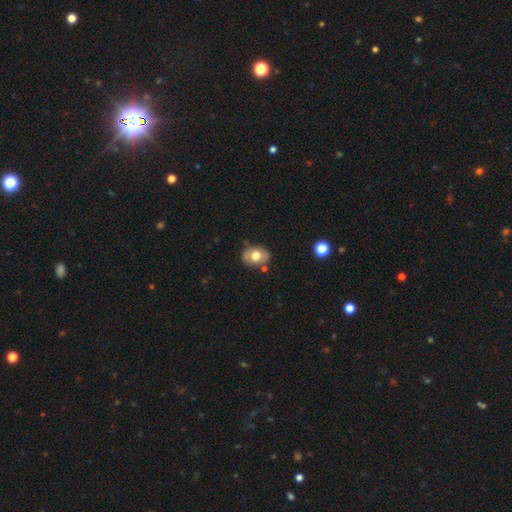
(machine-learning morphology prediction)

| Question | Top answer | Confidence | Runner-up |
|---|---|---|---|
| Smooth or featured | smooth | 65% | featured or disk (27%) |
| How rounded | in between | 64% | round (35%) |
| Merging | none | 73% | minor disturbance (18%) |